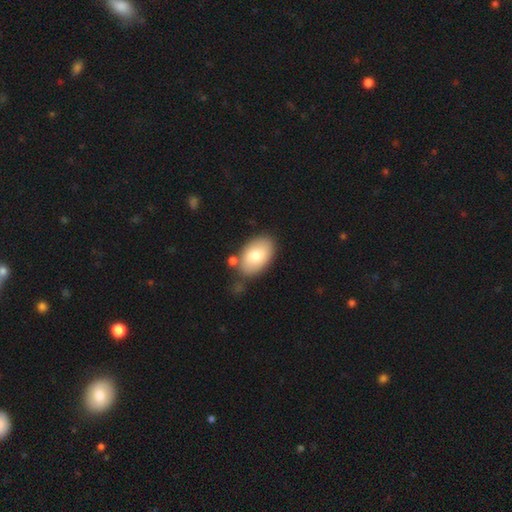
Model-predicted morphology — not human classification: smooth 78%, featured or disk 16%, star or artifact 6%. Down the decision tree: how rounded — in between (93%); merging — none (73%).